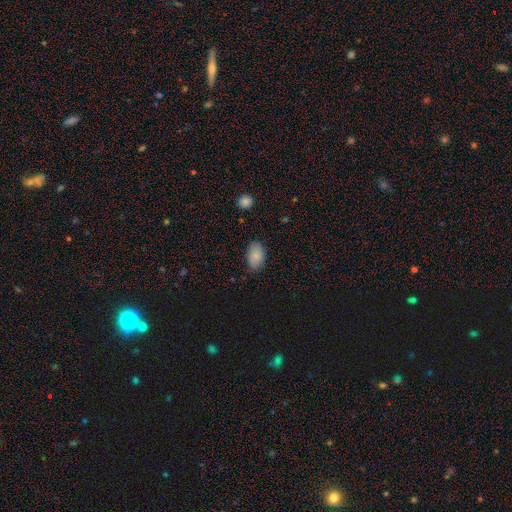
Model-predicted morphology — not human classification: Smooth or featured?
  - smooth: 85% *
  - star or artifact: 8%
  - featured or disk: 7%
How rounded?
  - in between: 92% *
  - round: 7%
  - cigar-shaped: 2%
Merging?
  - none: 80% *
  - minor disturbance: 16%
  - major disturbance: 3%
  - merger: 1%